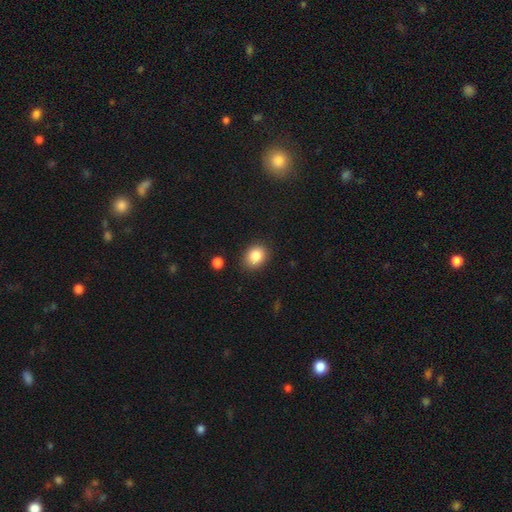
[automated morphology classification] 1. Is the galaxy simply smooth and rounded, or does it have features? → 86% smooth, 9% star or artifact, 6% featured or disk.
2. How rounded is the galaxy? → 54% in between, 45% round, 1% cigar-shaped.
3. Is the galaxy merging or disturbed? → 86% none, 10% minor disturbance, 2% major disturbance, 2% merger.